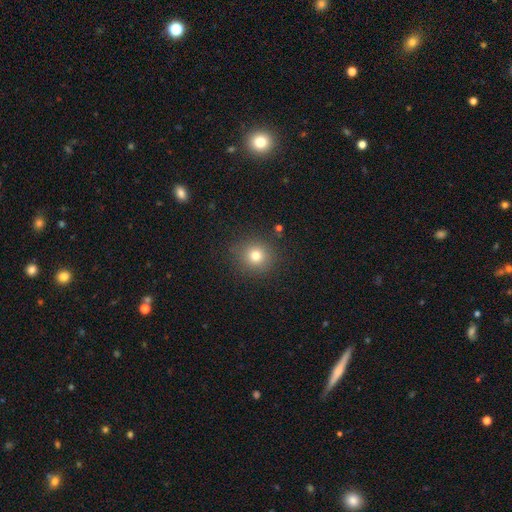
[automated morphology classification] A smooth galaxy with no disk features (77%) that is round (92%).

Vote fractions:
- Smooth or featured? smooth: 77% / star or artifact: 15% / featured or disk: 8%
- How rounded? round: 92% / in between: 7% / cigar-shaped: 1%
- Merging? none: 87% / minor disturbance: 8% / major disturbance: 3% / merger: 2%